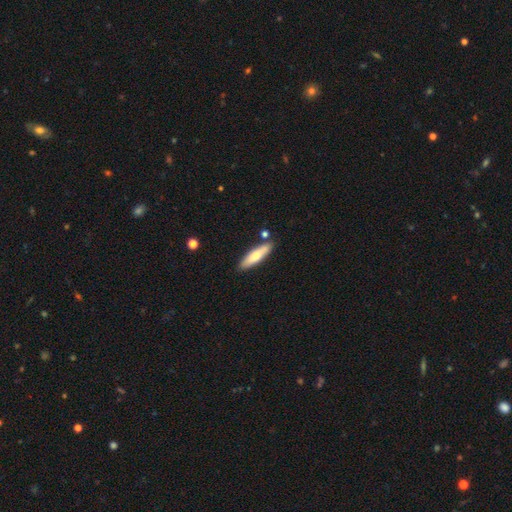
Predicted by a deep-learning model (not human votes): Morphology: type=smooth (63%); roundness=cigar-shaped (68%); merging=none (83%).